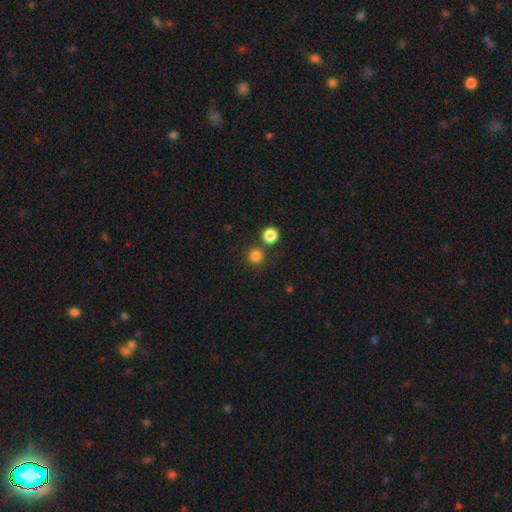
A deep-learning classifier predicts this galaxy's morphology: Smooth or featured: smooth — 82% (star or artifact — 14%)
How rounded: round — 95% (in between — 4%)
Merging: none — 81% (merger — 10%)